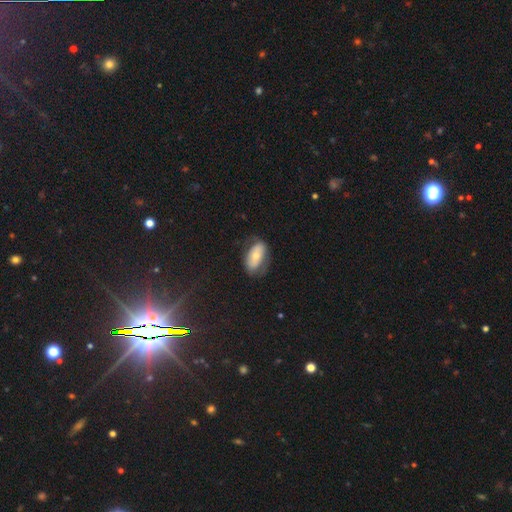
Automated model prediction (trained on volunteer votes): Q: Smooth or featured?
A: smooth (54%); runner-up: featured or disk (39%)
Q: How rounded?
A: in between (91%); runner-up: round (5%)
Q: Merging?
A: none (62%); runner-up: minor disturbance (23%)